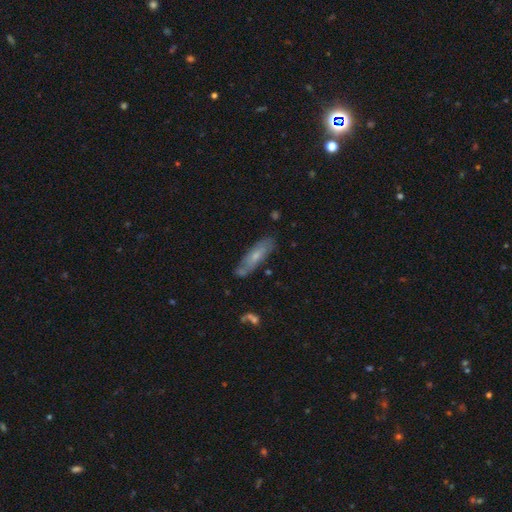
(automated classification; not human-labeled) A smooth galaxy with no disk features (52%) that is cigar-shaped (58%). Merging: none (73%).